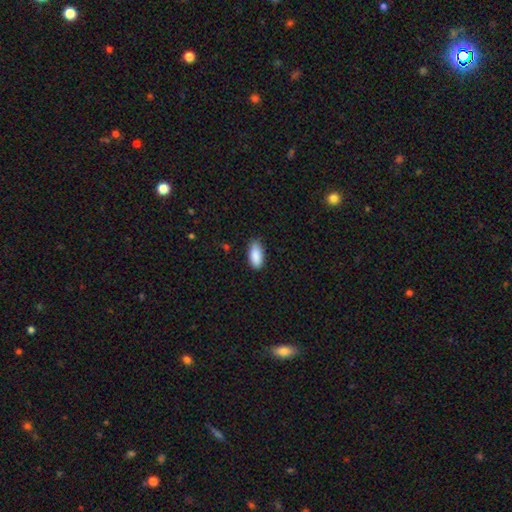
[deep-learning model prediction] Smooth or featured? Predicted: smooth (p=0.89). How rounded? Predicted: in between (p=0.90). Merging? Predicted: none (p=0.82).